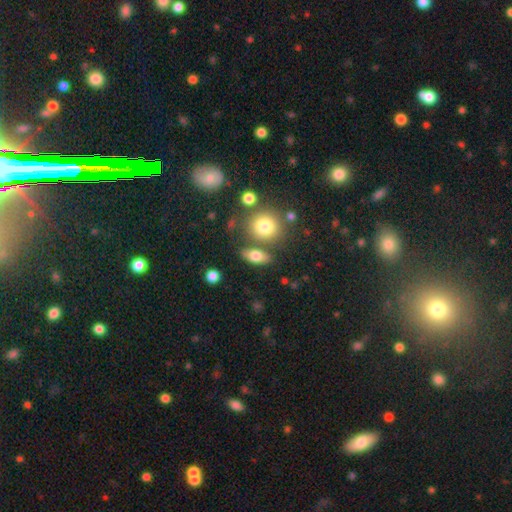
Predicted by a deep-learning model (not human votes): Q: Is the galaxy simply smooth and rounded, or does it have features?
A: smooth — 74%.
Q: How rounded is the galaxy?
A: in between — 71%.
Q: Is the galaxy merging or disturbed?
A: none — 74%.